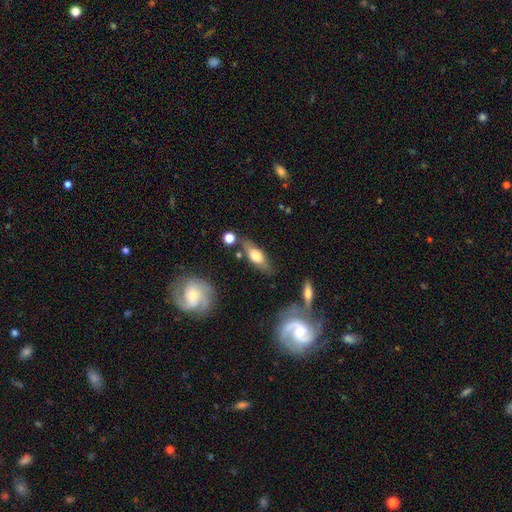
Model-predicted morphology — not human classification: smooth 57%, featured or disk 36%, star or artifact 7%. Down the decision tree: how rounded — in between (63%); merging — none (71%).